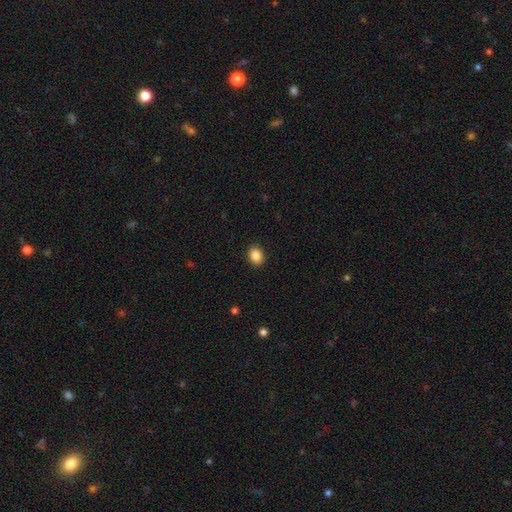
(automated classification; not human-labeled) Smooth or featured?
  - smooth: 86% *
  - star or artifact: 9%
  - featured or disk: 5%
How rounded?
  - in between: 54% *
  - round: 45%
  - cigar-shaped: 1%
Merging?
  - none: 91% *
  - minor disturbance: 7%
  - major disturbance: 2%
  - merger: 1%